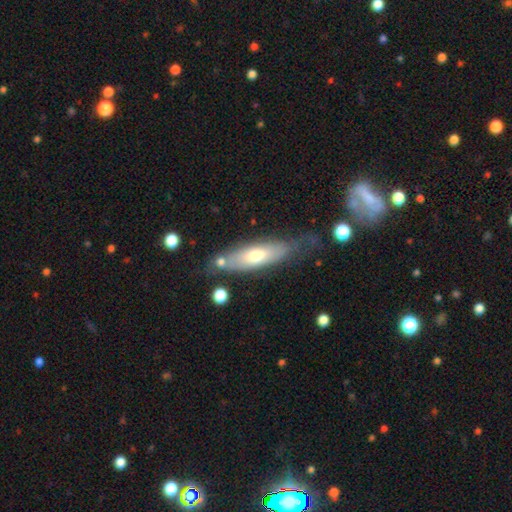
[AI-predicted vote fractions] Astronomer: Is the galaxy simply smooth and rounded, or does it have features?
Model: smooth — 55% (runner-up: featured or disk, 39%).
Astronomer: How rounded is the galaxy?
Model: cigar-shaped — 55% (runner-up: in between, 43%).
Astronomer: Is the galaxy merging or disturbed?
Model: none — 61%.